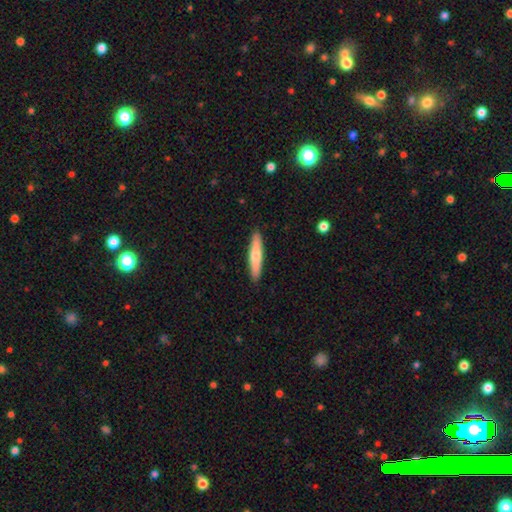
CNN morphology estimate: Smooth or featured? smooth (67%)
How rounded? cigar-shaped (87%)
Merging? none (90%)